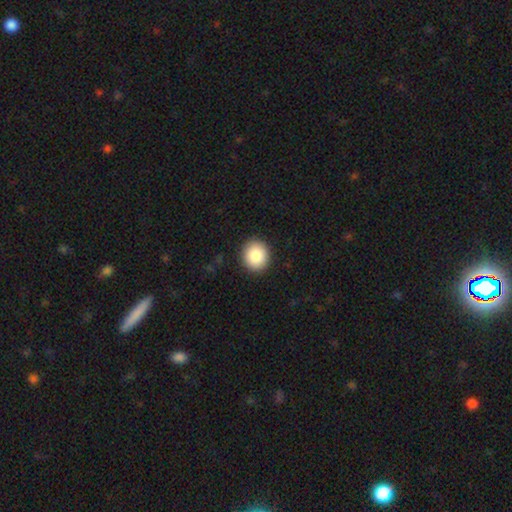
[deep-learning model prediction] smooth_or_featured: smooth (p=0.88) [alt: star or artifact p=0.08]
how_rounded: round (p=0.88) [alt: in between p=0.11]
merging: none (p=0.92) [alt: minor disturbance p=0.05]